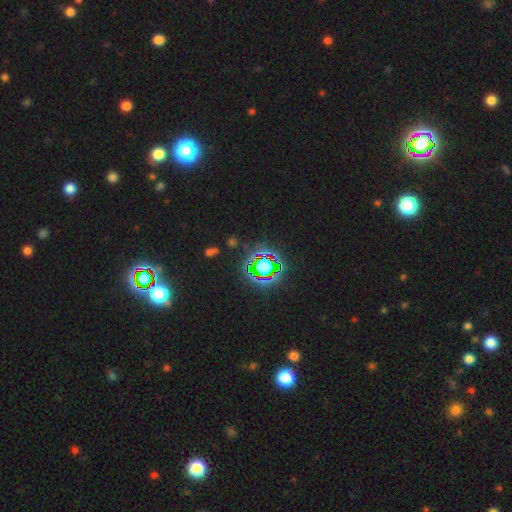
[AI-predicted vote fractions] Smooth or featured? Predicted: star or artifact (p=0.80).